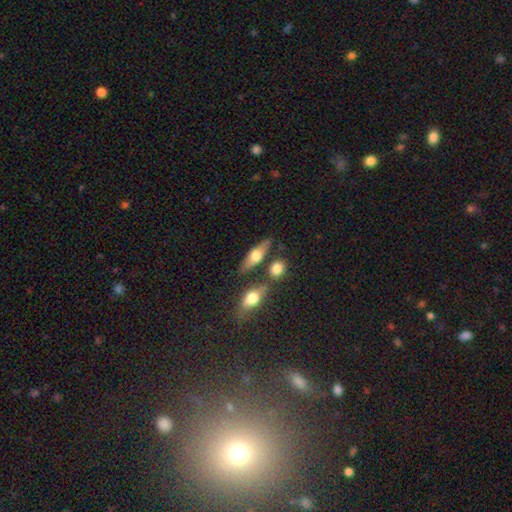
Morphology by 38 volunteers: featured or disk 53%, smooth 39%, star or artifact 8%. Down the decision tree: edge-on disk — yes (85%); edge-on bulge — rounded (82%); merging — none (77%).